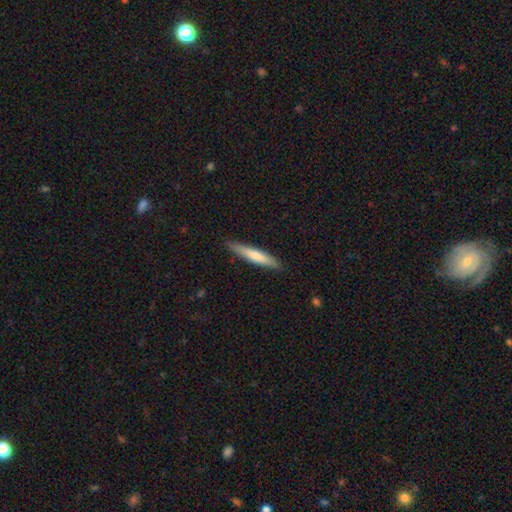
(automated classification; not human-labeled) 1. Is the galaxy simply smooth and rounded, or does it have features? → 68% smooth, 27% featured or disk, 5% star or artifact.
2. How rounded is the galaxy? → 91% cigar-shaped, 8% in between, 1% round.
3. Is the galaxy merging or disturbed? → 87% none, 11% minor disturbance, 2% major disturbance, 1% merger.